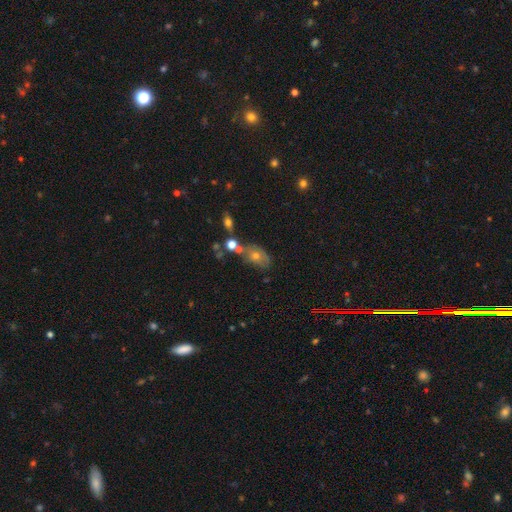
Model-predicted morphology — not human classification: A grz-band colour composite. It shows a smooth galaxy with no disk features (46%). Merging: none (52%).